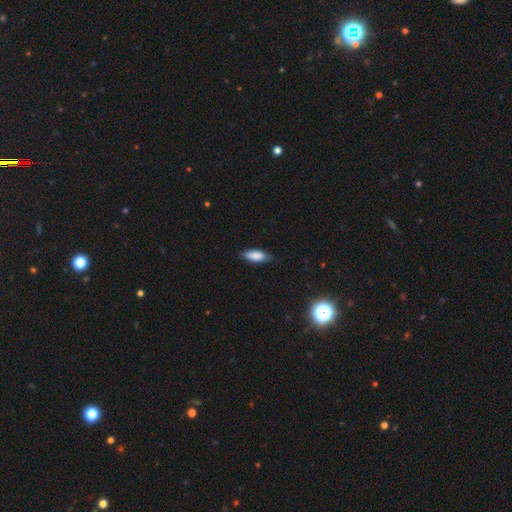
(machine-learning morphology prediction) Smooth or featured?
  - smooth: 83% *
  - featured or disk: 10%
  - star or artifact: 7%
How rounded?
  - in between: 77% *
  - cigar-shaped: 20%
  - round: 2%
Merging?
  - none: 77% *
  - minor disturbance: 19%
  - major disturbance: 3%
  - merger: 1%